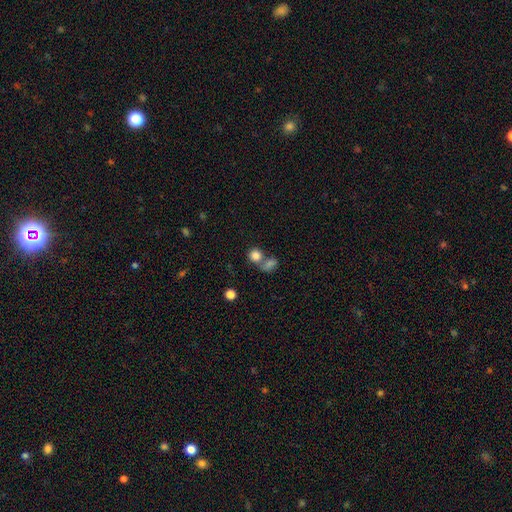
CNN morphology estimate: Smooth or featured? Predicted: smooth (p=0.82). How rounded? Predicted: round (p=0.80). Merging? Predicted: merger (p=0.44).